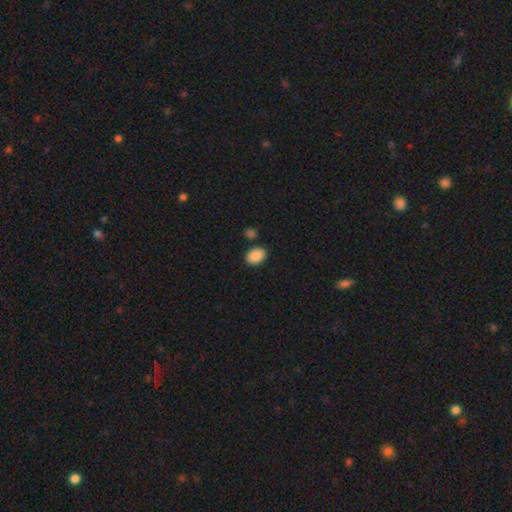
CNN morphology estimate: type=smooth (89%); roundness=in between (73%); merging=none (81%).